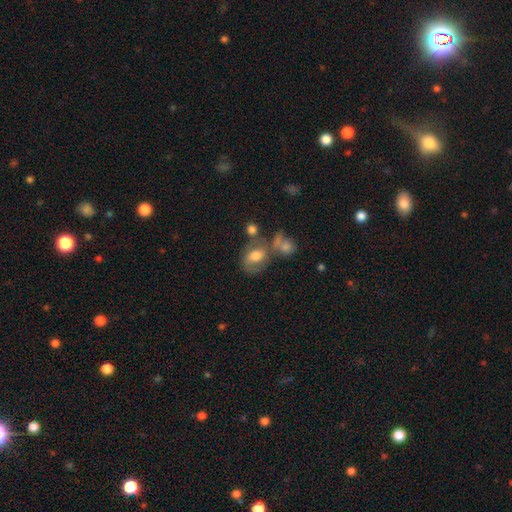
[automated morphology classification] A smooth galaxy with no disk features (58%) that is in between round and cigar-shaped (67%). Merging: none (40%).